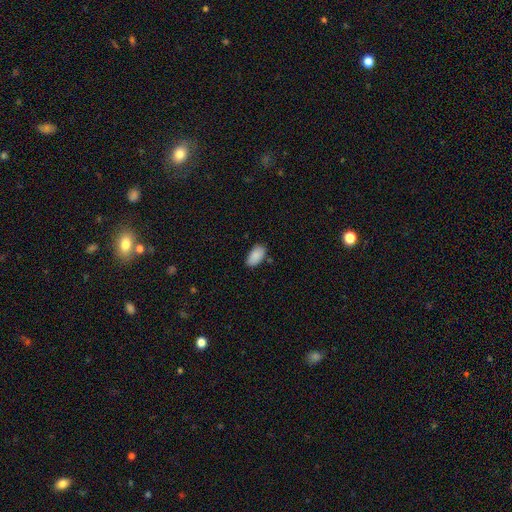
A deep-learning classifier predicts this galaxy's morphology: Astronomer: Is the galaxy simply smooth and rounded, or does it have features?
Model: smooth — 88%.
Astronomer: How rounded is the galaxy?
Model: in between — 95%.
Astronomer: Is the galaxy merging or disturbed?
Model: none — 80%.